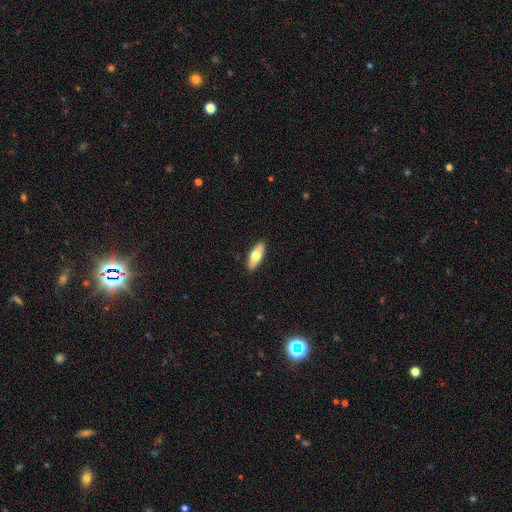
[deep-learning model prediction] This is likely a smooth galaxy (67%). How rounded: likely in between (71%). Merging: clearly none (90%).